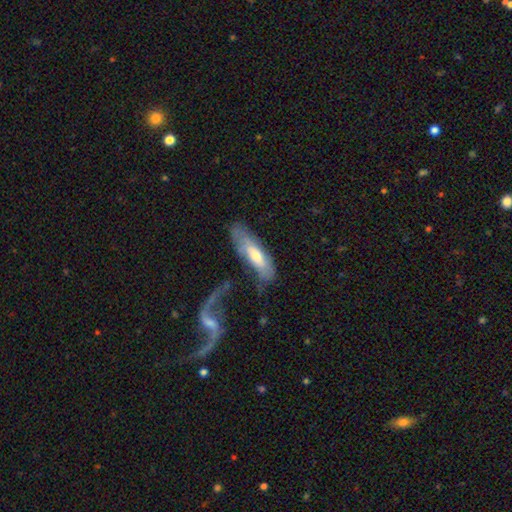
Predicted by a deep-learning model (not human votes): Overall: smooth (54%; featured or disk 41%). How rounded: cigar-shaped (51%; in between 47%). Merging: none (45%; minor disturbance 25%).